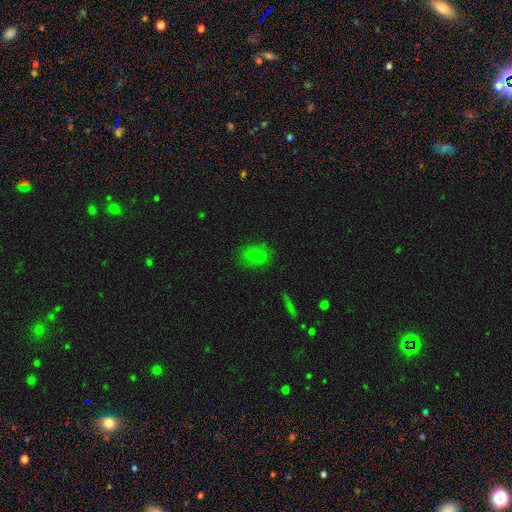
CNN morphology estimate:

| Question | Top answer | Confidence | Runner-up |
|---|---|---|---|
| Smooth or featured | smooth | 68% | featured or disk (20%) |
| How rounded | in between | 72% | round (22%) |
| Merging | none | 78% | minor disturbance (16%) |